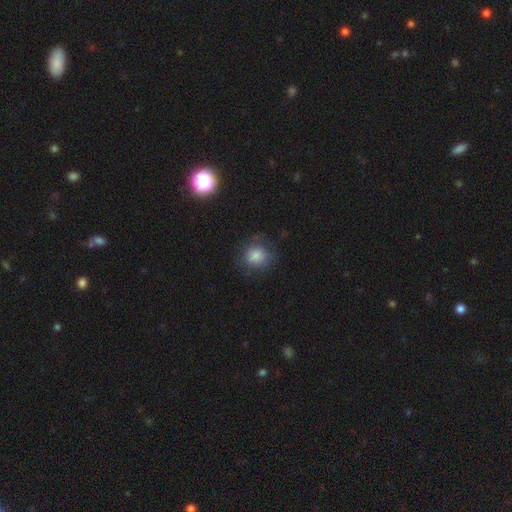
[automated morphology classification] Overall: smooth (80%). How rounded: round (81%). Merging: none (72%).